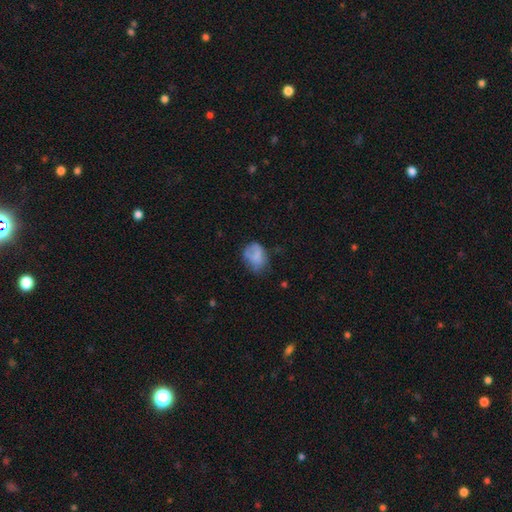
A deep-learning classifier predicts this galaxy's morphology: Overall: smooth (69%). How rounded: in between (61%; round 38%). Merging: none (46%; minor disturbance 32%).